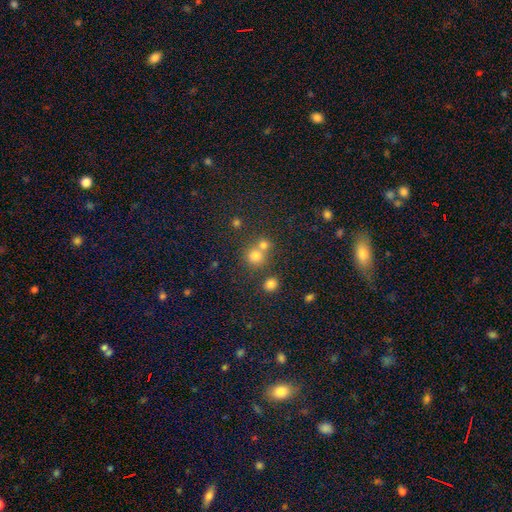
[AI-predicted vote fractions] smooth_or_featured: smooth (p=0.74) [alt: star or artifact p=0.18]
how_rounded: round (p=0.87) [alt: in between p=0.12]
merging: none (p=0.53) [alt: merger p=0.38]